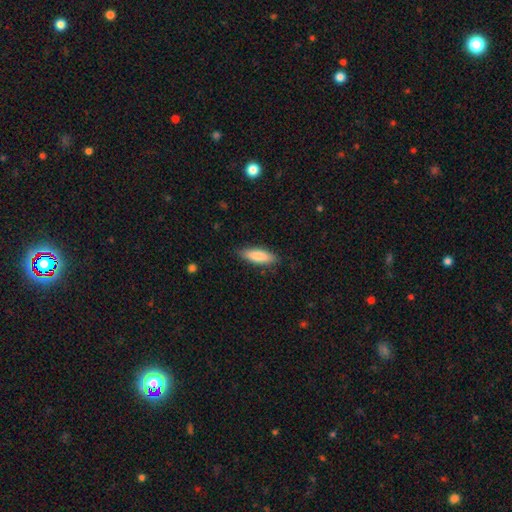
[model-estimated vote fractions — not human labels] smooth_or_featured: smooth (p=0.85) [alt: featured or disk p=0.10]
how_rounded: in between (p=0.52) [alt: cigar-shaped p=0.47]
merging: none (p=0.84) [alt: minor disturbance p=0.12]